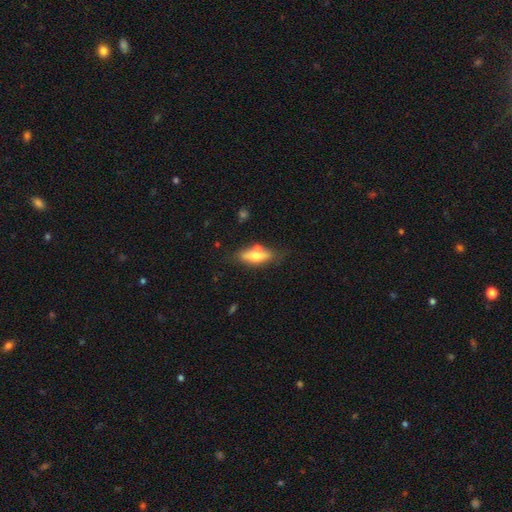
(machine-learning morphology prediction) Smooth or featured? Predicted: smooth (p=0.53). How rounded? Predicted: in between (p=0.52). Merging? Predicted: none (p=0.64).